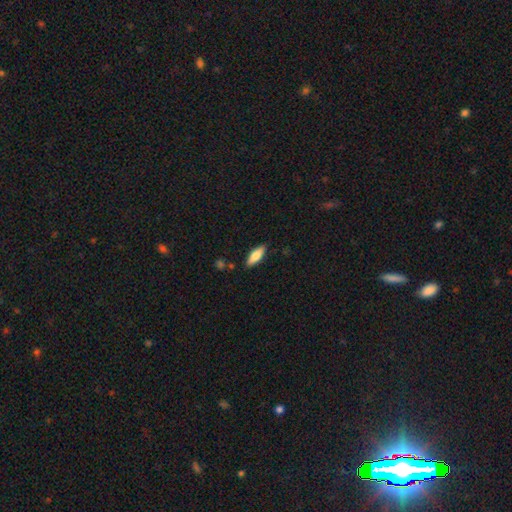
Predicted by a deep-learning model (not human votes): The model was most divided on "how rounded": in between: 64%, cigar-shaped: 34%, round: 2%. More confident: merging — none (86%); smooth or featured — smooth (74%).